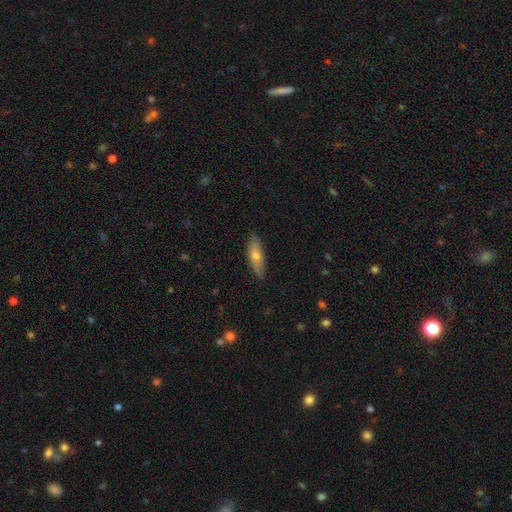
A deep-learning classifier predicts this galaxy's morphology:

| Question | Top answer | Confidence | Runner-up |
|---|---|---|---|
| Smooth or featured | smooth | 60% | featured or disk (33%) |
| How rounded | in between | 49% | cigar-shaped (48%) |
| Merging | none | 85% | minor disturbance (12%) |